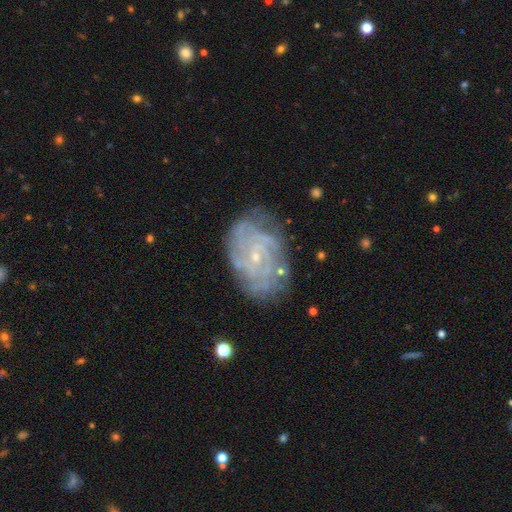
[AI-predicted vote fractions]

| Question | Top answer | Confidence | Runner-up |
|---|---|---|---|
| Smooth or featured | featured or disk | 82% | smooth (10%) |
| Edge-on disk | no | 97% | yes (3%) |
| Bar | no | 67% | weak (28%) |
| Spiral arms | yes | 91% | no (9%) |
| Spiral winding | tight | 64% | medium (28%) |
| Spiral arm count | can't tell | 40% | 4 (17%) |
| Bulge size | small | 83% | moderate (13%) |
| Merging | none | 73% | minor disturbance (18%) |